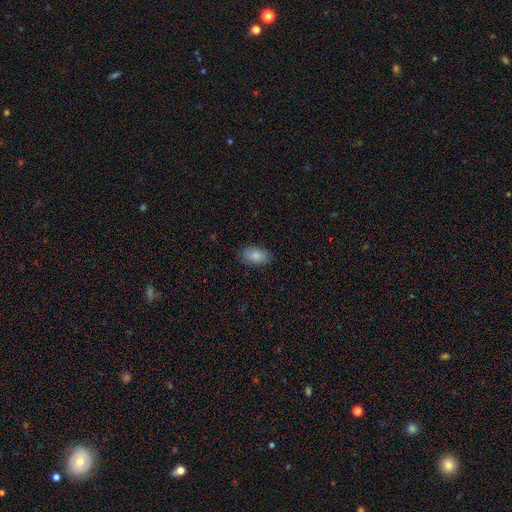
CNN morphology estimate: smooth 87%, star or artifact 7%, featured or disk 6%. Down the decision tree: how rounded — in between (92%); merging — none (84%).